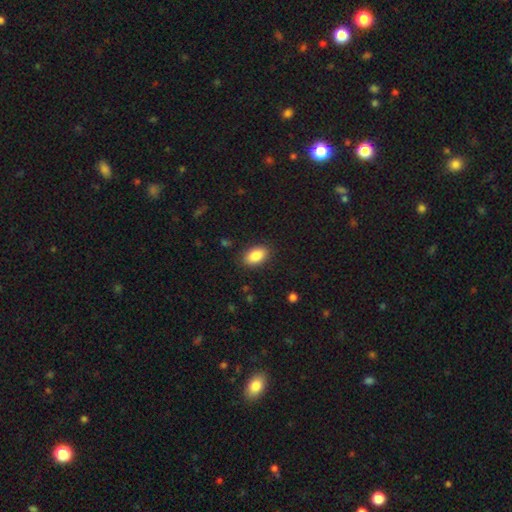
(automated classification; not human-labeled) This appears to be a smooth galaxy with no disk features (87%) that is in between round and cigar-shaped (91%). Merging: none (88%).